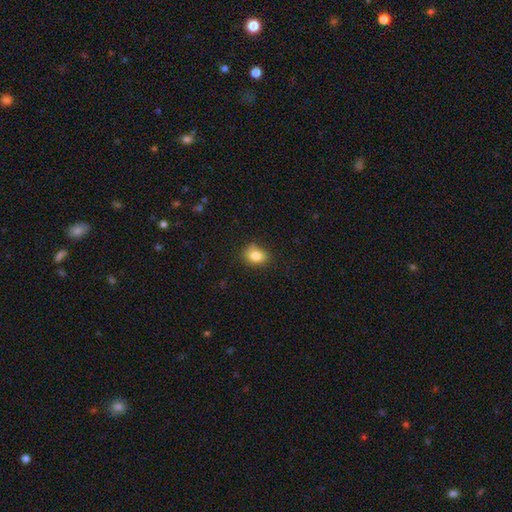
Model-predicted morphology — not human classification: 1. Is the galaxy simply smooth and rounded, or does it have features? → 83% smooth, 10% star or artifact, 7% featured or disk.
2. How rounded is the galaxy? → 57% in between, 42% round, 1% cigar-shaped.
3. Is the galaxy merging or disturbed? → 74% none, 20% minor disturbance, 4% major disturbance, 3% merger.